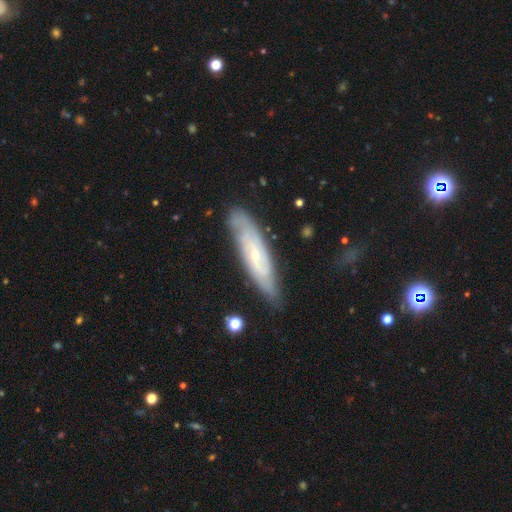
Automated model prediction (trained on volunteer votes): Smooth or featured?
  - featured or disk: 69% *
  - smooth: 24%
  - star or artifact: 6%
Edge-on disk?
  - no: 68% *
  - yes: 32%
Merging?
  - none: 77% *
  - minor disturbance: 17%
  - major disturbance: 4%
  - merger: 2%